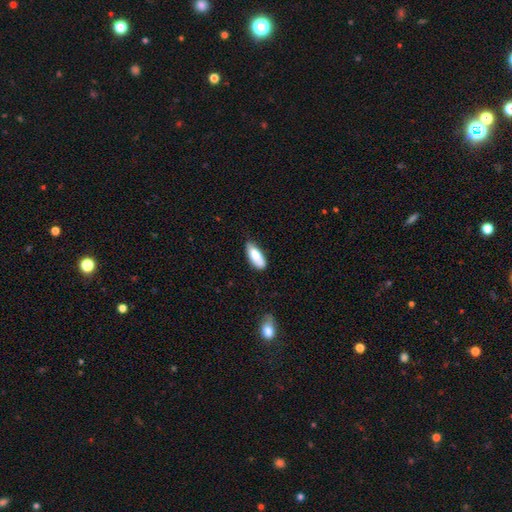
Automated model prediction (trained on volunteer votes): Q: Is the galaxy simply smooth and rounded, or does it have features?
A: smooth — 80%.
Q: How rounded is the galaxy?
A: in between — 80%.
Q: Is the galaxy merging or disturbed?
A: none — 67%.